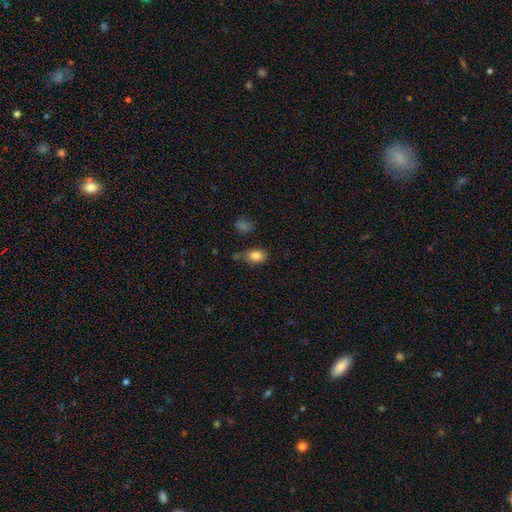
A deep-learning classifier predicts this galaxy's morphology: smooth_or_featured: smooth (p=0.83) [alt: star or artifact p=0.10]
how_rounded: in between (p=0.76) [alt: round p=0.22]
merging: none (p=0.60) [alt: minor disturbance p=0.27]